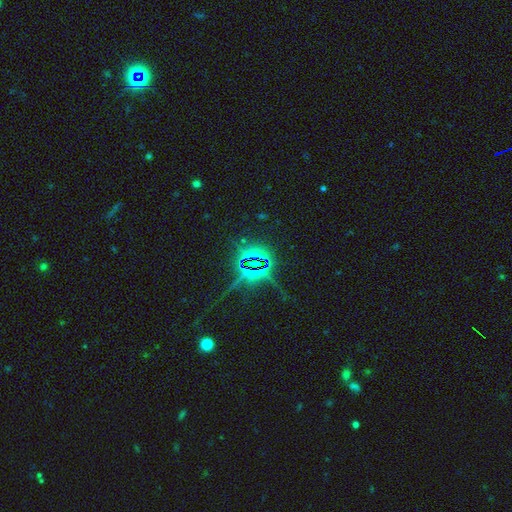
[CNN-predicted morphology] This appears to be a star or artifact, not a galaxy (82%).